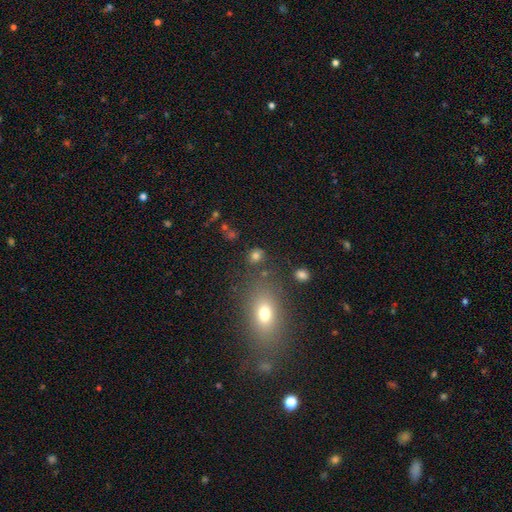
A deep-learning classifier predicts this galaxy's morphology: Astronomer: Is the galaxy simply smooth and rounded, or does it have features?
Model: smooth — 78%.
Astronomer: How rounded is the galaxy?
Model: round — 69%.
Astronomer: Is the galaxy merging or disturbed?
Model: none — 75%.